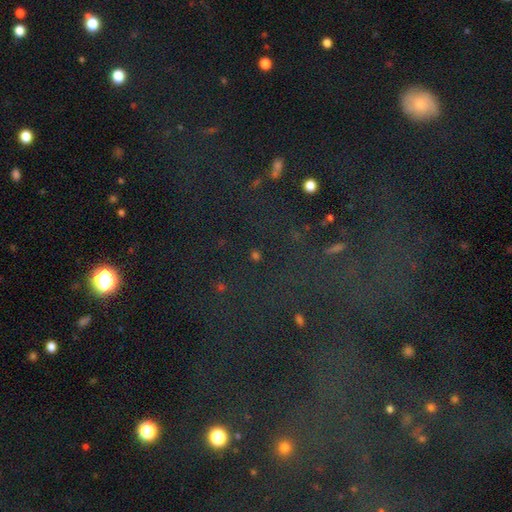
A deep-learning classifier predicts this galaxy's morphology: star or artifact 64%, smooth 27%, featured or disk 9%.